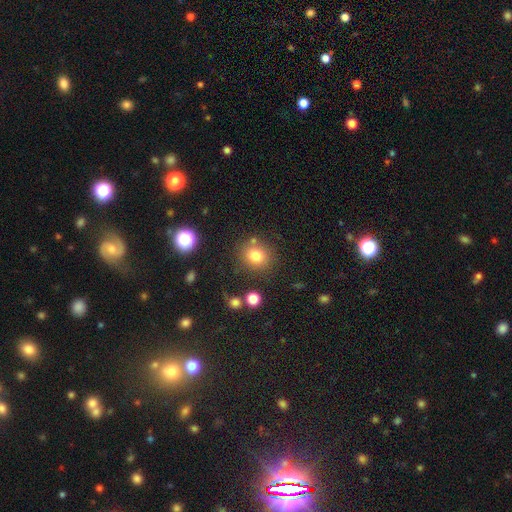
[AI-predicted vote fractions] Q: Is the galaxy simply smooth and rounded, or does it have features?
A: smooth — 79%.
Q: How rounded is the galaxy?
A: round — 81%.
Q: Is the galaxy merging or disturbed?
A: none — 77%.